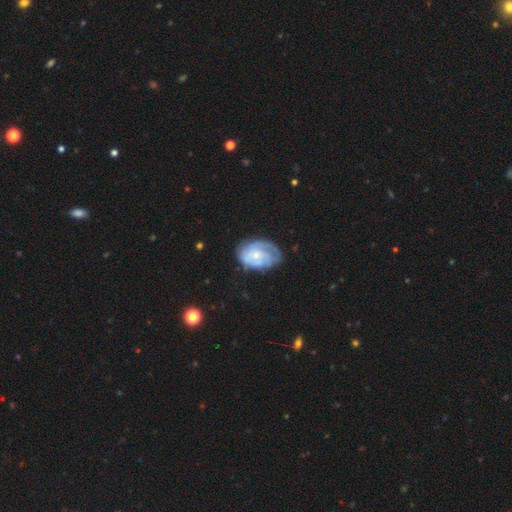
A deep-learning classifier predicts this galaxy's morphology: This appears to be a featured or disk galaxy (65%) with no bar (75%), tight (55%) spiral arms (83%) and a small central bulge (66%). Merging: none (55%).